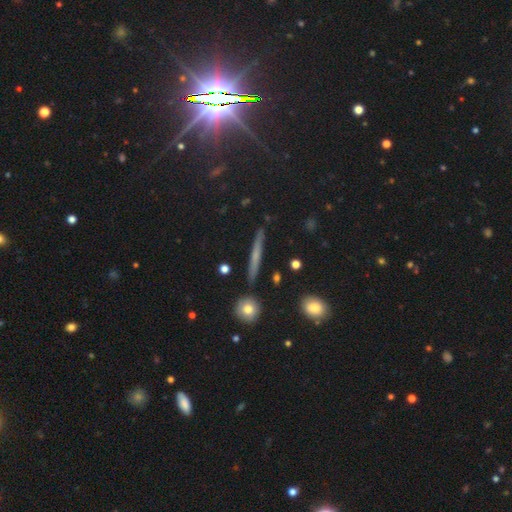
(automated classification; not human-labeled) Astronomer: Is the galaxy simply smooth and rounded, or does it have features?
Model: smooth — 46% (runner-up: featured or disk, 43%).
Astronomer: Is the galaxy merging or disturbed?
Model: none — 88%.